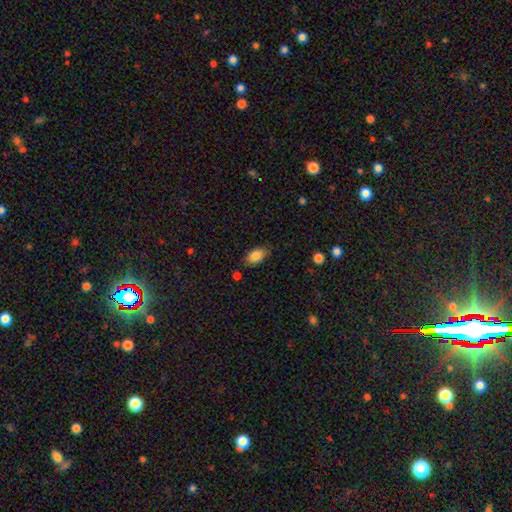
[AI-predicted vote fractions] Overall: smooth (84%). How rounded: in between (90%). Merging: none (77%).